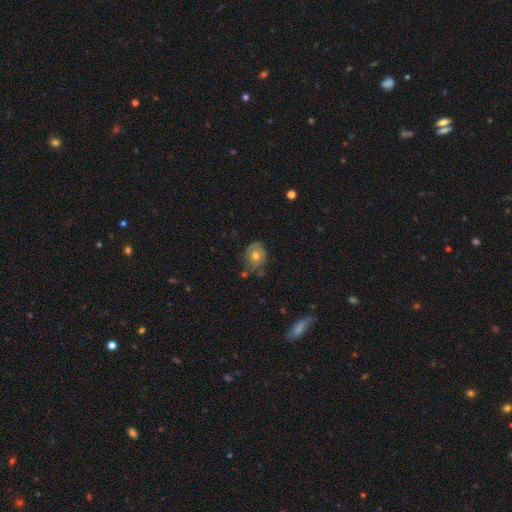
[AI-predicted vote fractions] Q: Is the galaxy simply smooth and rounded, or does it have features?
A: smooth — 52%.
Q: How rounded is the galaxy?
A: round — 60%.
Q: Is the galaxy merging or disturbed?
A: none — 59%.